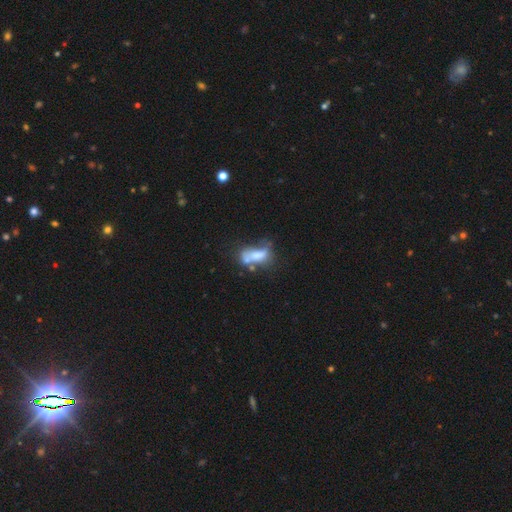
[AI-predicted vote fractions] smooth_or_featured: smooth (p=0.53) [alt: featured or disk p=0.36]
how_rounded: in between (p=0.79) [alt: cigar-shaped p=0.14]
merging: merger (p=0.35) [alt: major disturbance p=0.25]